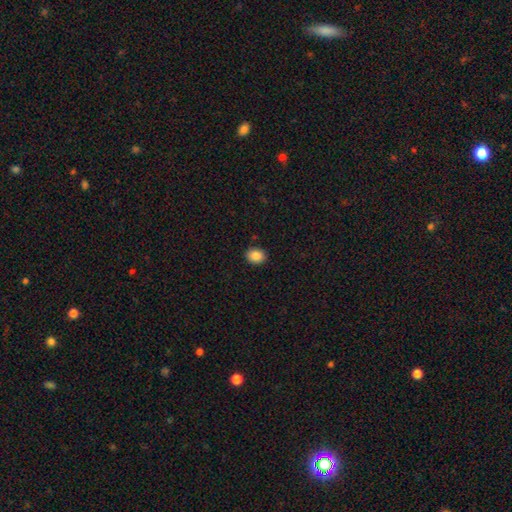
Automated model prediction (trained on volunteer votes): This appears to be a smooth galaxy with no disk features (87%) that is round (50%). Merging: none (90%).